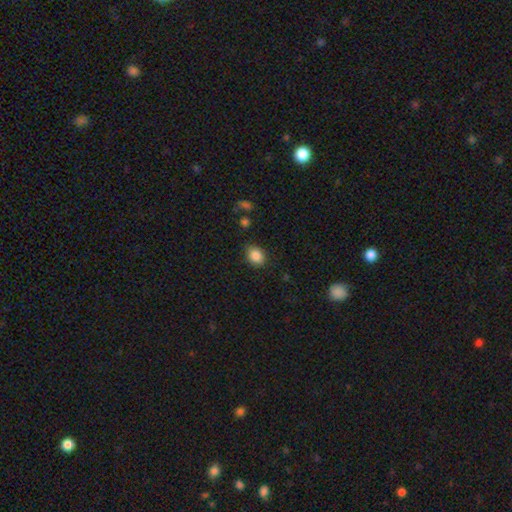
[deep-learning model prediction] Smooth or featured?
  - smooth: 86% *
  - star or artifact: 9%
  - featured or disk: 4%
How rounded?
  - in between: 53% *
  - round: 46%
  - cigar-shaped: 1%
Merging?
  - none: 81% *
  - minor disturbance: 14%
  - major disturbance: 3%
  - merger: 2%